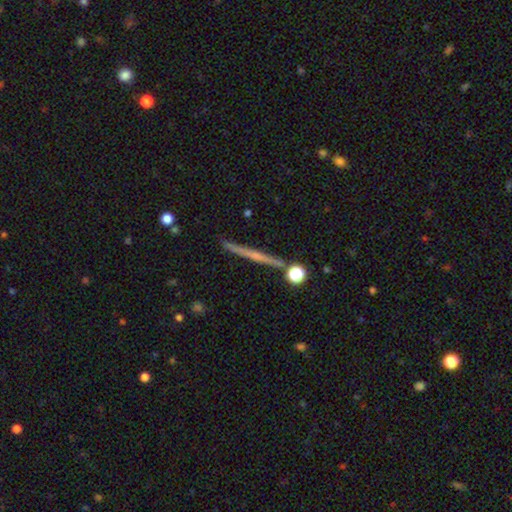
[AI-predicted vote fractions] Q: Smooth or featured?
A: featured or disk (63%); runner-up: smooth (30%)
Q: Edge-on disk?
A: yes (98%); runner-up: no (2%)
Q: Edge-on bulge?
A: none (60%); runner-up: rounded (34%)
Q: Merging?
A: none (89%); runner-up: minor disturbance (6%)